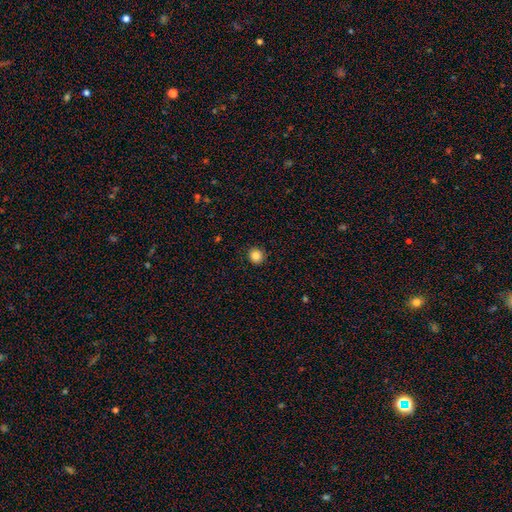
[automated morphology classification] Smooth or featured?
  - smooth: 84% *
  - star or artifact: 11%
  - featured or disk: 5%
How rounded?
  - round: 93% *
  - in between: 6%
  - cigar-shaped: 1%
Merging?
  - none: 92% *
  - minor disturbance: 6%
  - major disturbance: 2%
  - merger: 1%